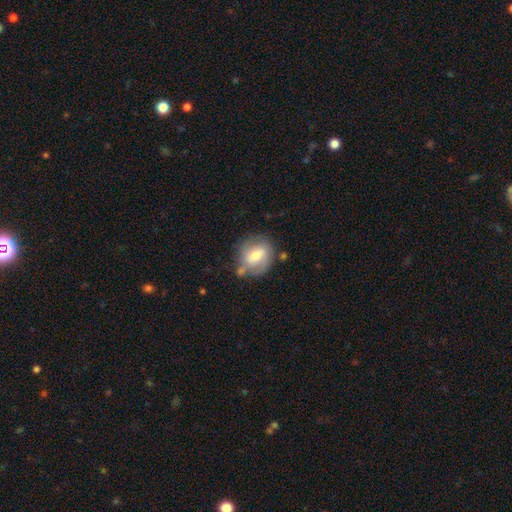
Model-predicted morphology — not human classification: smooth-or-featured: smooth: 50% | featured or disk: 43% | star or artifact: 7%
  how-rounded: round: 67% | in between: 31% | cigar-shaped: 1%
  merging: none: 62% | minor disturbance: 21% | merger: 10% | major disturbance: 8%